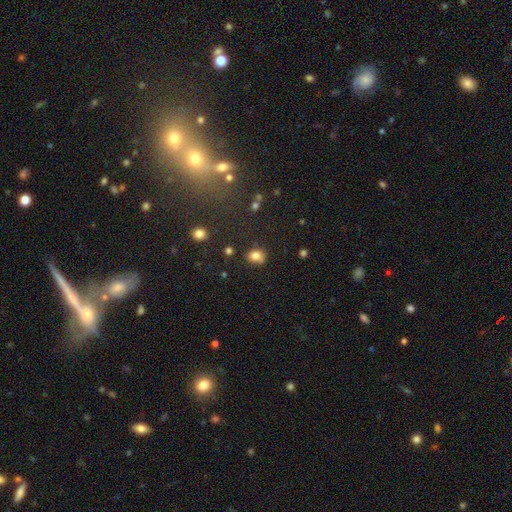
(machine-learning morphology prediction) This appears to be a smooth galaxy with no disk features (80%) that is round (52%). Merging: none (66%).